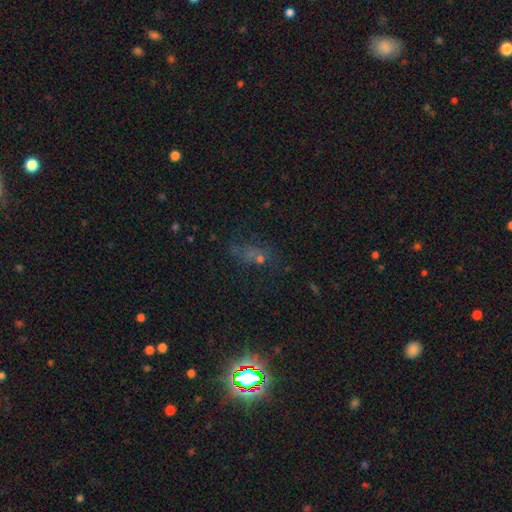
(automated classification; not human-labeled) Morphology: type=star or artifact (44%).